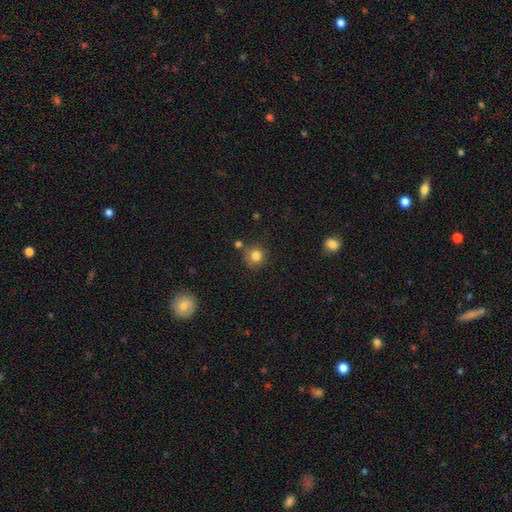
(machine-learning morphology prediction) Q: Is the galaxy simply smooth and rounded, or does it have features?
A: smooth — 82%.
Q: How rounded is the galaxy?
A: round — 90%.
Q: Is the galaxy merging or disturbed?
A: none — 71%.